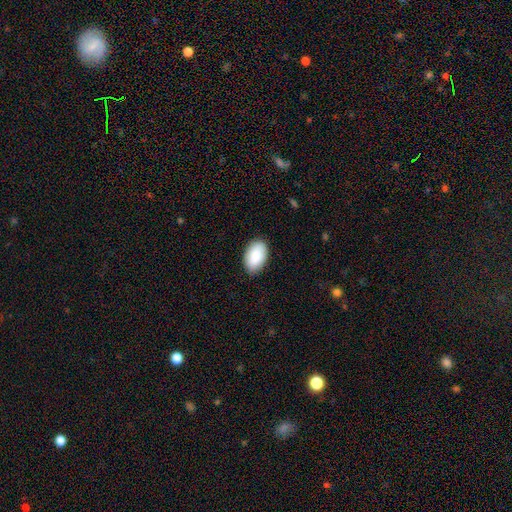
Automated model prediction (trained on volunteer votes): Q: Smooth or featured?
A: smooth (90%); runner-up: star or artifact (6%)
Q: How rounded?
A: in between (94%); runner-up: round (5%)
Q: Merging?
A: none (86%); runner-up: minor disturbance (11%)